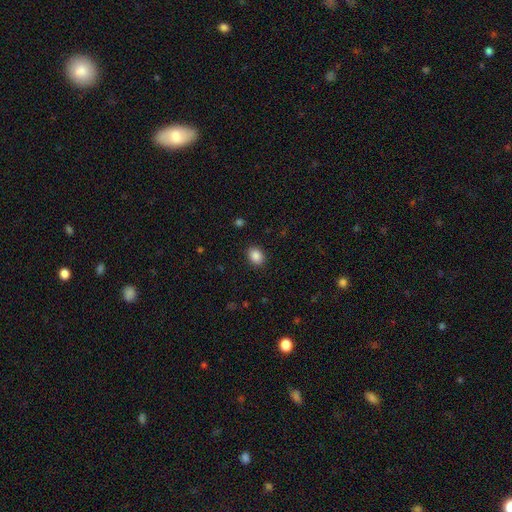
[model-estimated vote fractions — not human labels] Morphology: type=smooth (87%); roundness=in between (58%); merging=none (90%).